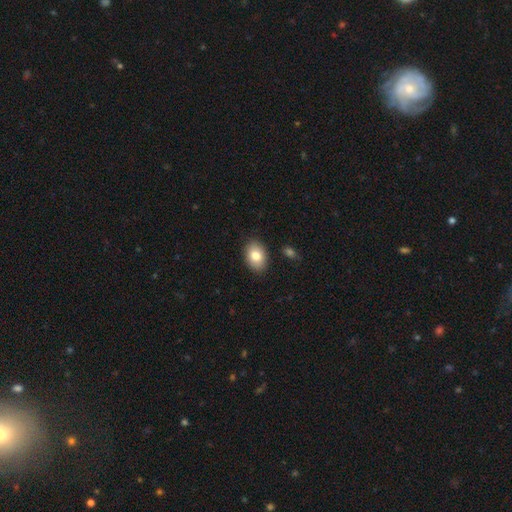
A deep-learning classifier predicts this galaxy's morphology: Smooth or featured? smooth (81%)
How rounded? in between (84%)
Merging? none (87%)